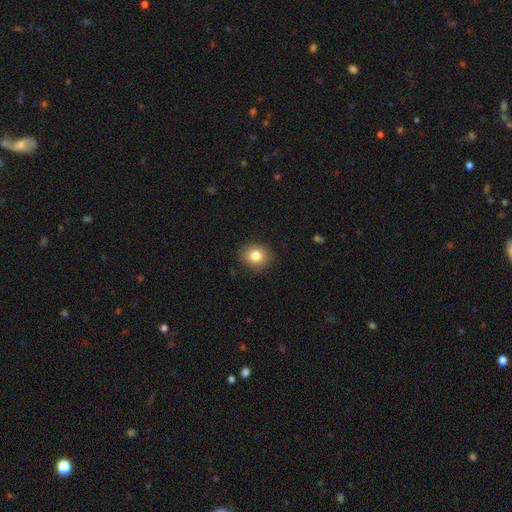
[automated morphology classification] The model was most divided on "how rounded": round: 72%, in between: 27%, cigar-shaped: 1%. More confident: merging — none (89%); smooth or featured — smooth (83%).